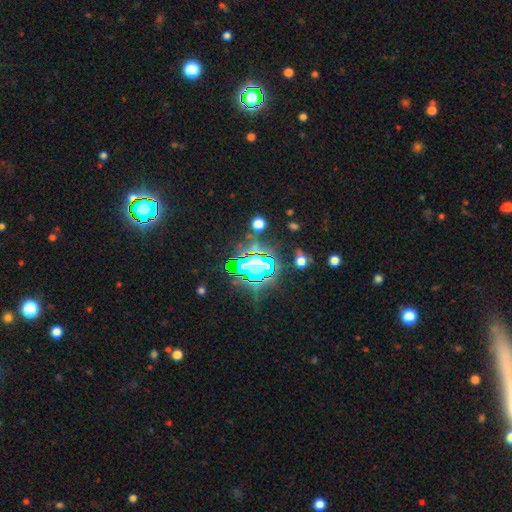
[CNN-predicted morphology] A star or artifact, not a galaxy (80%).